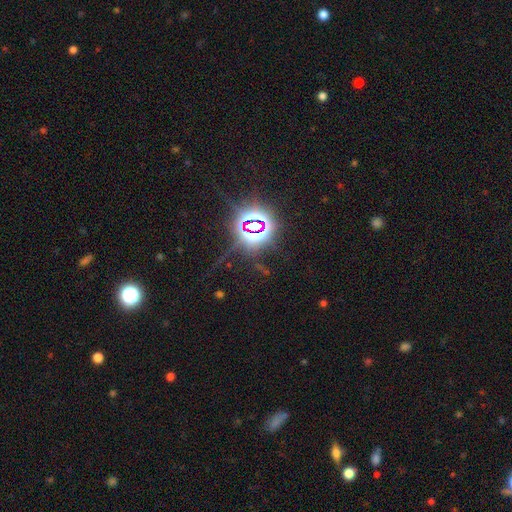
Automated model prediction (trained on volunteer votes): This is clearly a star or artifact rather than a galaxy (83%).